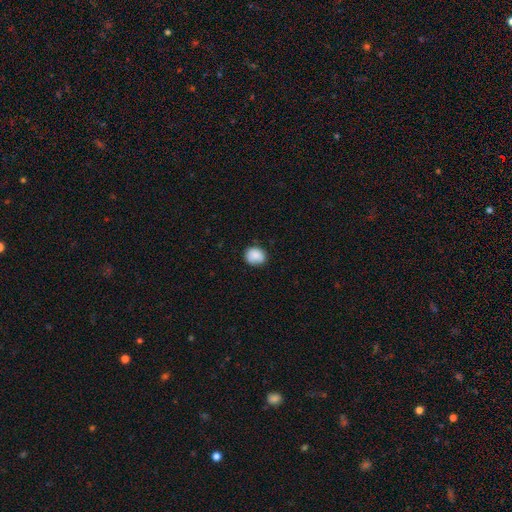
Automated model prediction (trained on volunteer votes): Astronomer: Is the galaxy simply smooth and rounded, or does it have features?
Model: smooth — 87%.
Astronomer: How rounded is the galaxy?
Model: round — 71%.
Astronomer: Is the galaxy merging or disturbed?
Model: none — 78%.